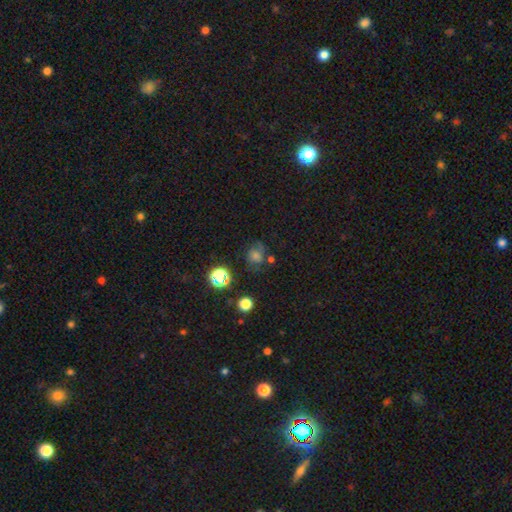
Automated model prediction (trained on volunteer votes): A smooth galaxy with no disk features (54%) that is round (68%). Merging: none (57%).